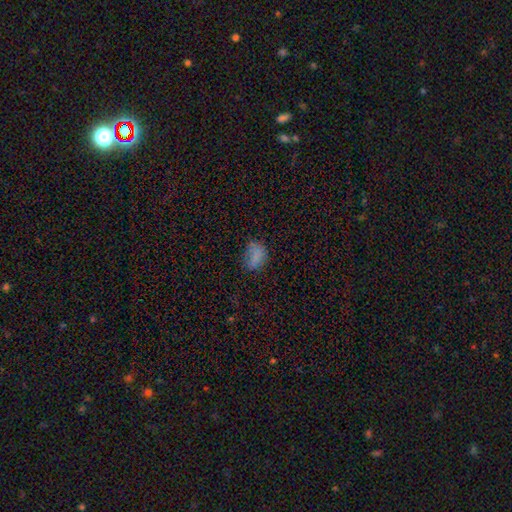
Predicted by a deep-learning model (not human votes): Smooth or featured? Predicted: smooth (p=0.75). How rounded? Predicted: in between (p=0.72). Merging? Predicted: none (p=0.65).